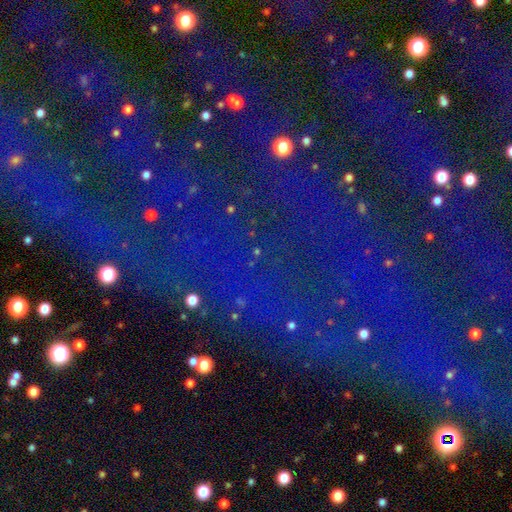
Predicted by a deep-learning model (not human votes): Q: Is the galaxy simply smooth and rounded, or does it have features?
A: star or artifact — 82%.